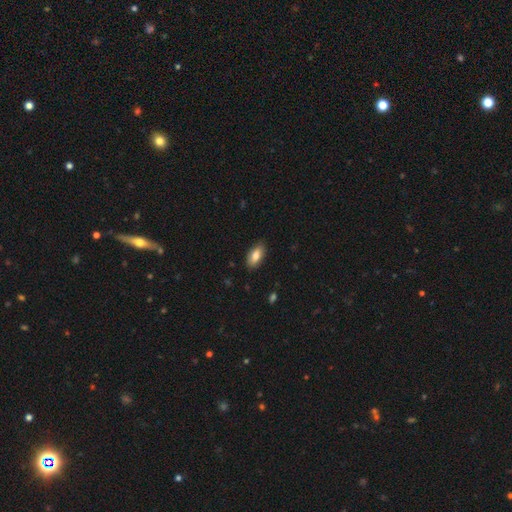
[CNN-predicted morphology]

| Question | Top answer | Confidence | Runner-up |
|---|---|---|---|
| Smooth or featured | smooth | 78% | featured or disk (15%) |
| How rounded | in between | 90% | cigar-shaped (7%) |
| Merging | none | 85% | minor disturbance (12%) |